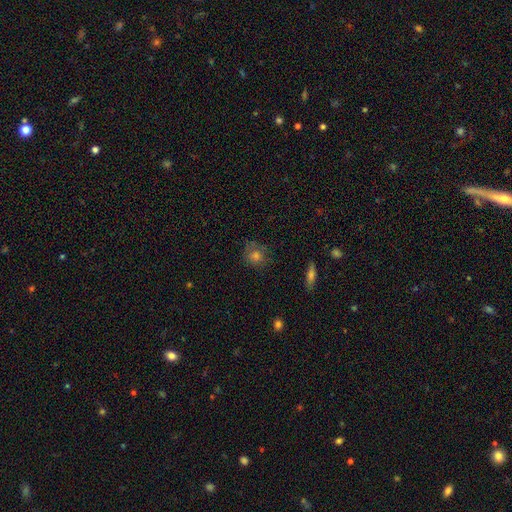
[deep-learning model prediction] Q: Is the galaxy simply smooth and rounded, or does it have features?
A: smooth — 67%.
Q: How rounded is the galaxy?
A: round — 82%.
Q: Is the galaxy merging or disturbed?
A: none — 72%.